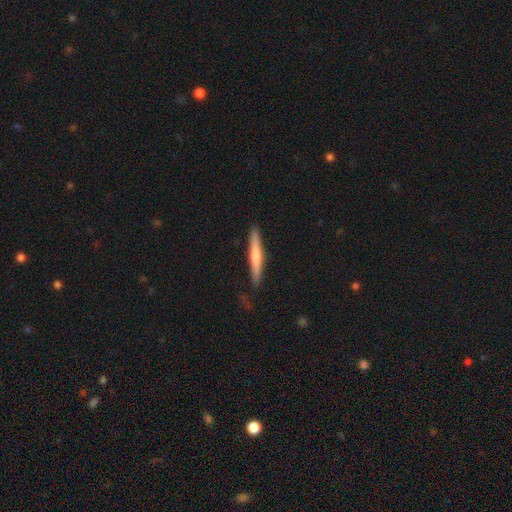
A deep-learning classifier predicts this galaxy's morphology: A smooth galaxy with no disk features (61%) that is cigar-shaped (95%). Merging: none (85%).